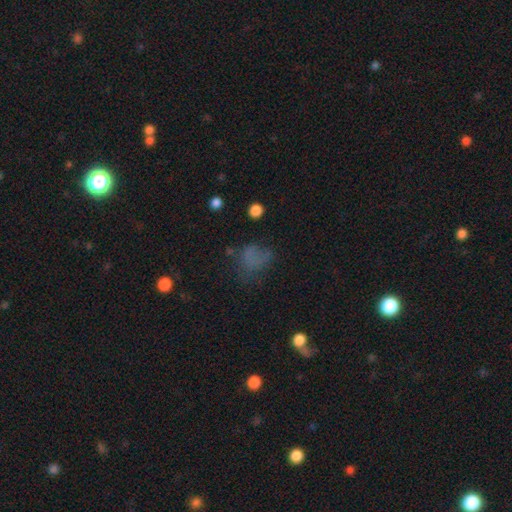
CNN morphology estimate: Smooth or featured: smooth — 54% (star or artifact — 26%)
How rounded: in between — 49% (tied with round — 49%)
Merging: none — 44% (major disturbance — 28%)